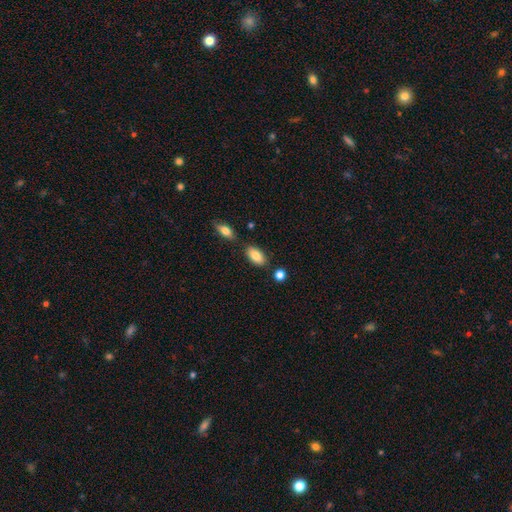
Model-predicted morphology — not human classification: Overall: smooth (84%). How rounded: in between (92%). Merging: none (78%).